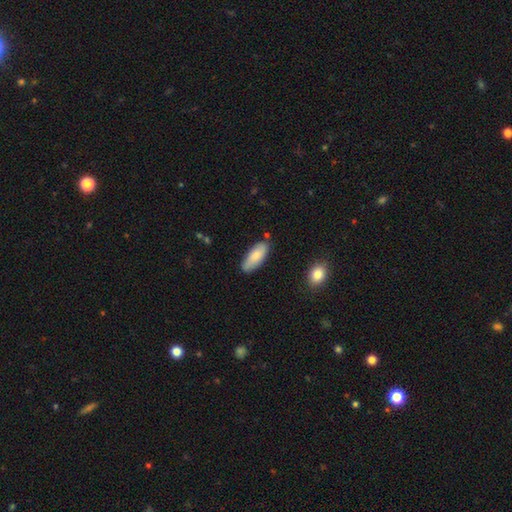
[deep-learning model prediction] A smooth galaxy with no disk features (81%) that is in between round and cigar-shaped (80%).

Vote fractions:
- Smooth or featured? smooth: 81% / featured or disk: 13% / star or artifact: 6%
- How rounded? in between: 80% / cigar-shaped: 18% / round: 2%
- Merging? none: 80% / minor disturbance: 15% / merger: 3% / major disturbance: 2%